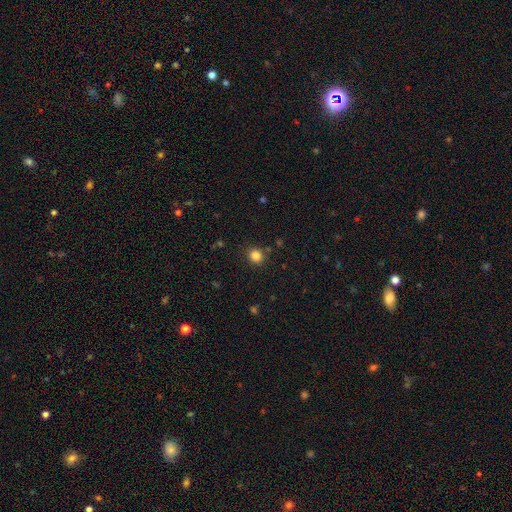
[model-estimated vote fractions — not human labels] smooth-or-featured: smooth: 83% | star or artifact: 13% | featured or disk: 4%
  how-rounded: round: 81% | in between: 19% | cigar-shaped: 1%
  merging: none: 87% | minor disturbance: 8% | major disturbance: 2% | merger: 2%